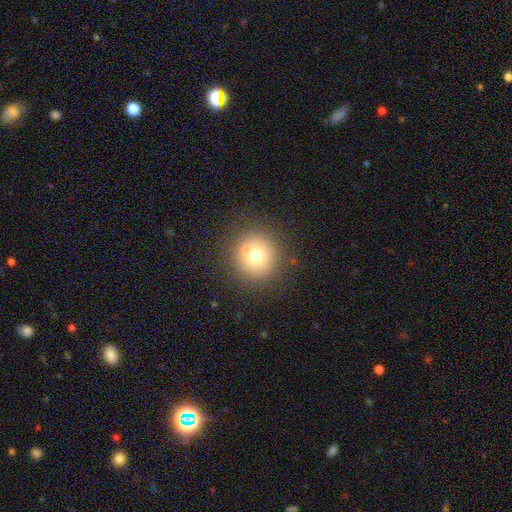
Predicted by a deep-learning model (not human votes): Smooth or featured? smooth (68%)
How rounded? round (94%)
Merging? none (74%)